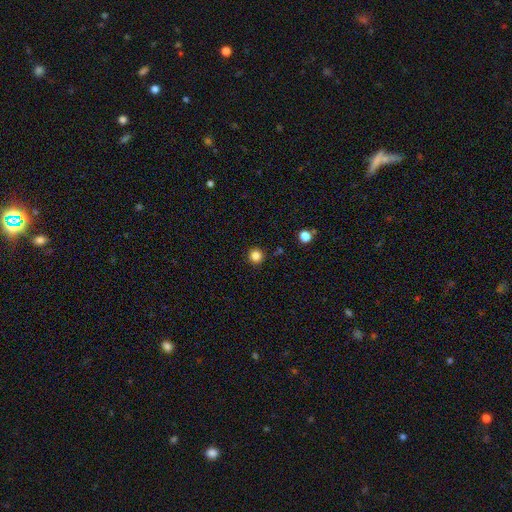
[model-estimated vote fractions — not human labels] Smooth or featured: smooth — 84% (star or artifact — 12%)
How rounded: round — 95% (in between — 4%)
Merging: none — 91% (minor disturbance — 6%)